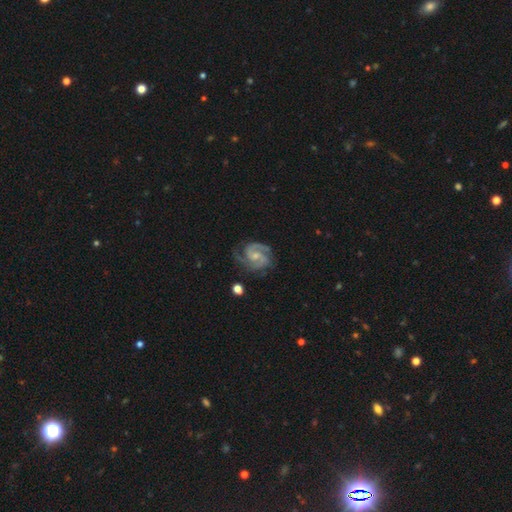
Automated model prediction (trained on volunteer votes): A featured or disk galaxy (92%) with no bar (51%), 2 (63%) medium (50%) spiral arms (98%) and a small central bulge (59%).

Vote fractions:
- Smooth or featured? featured or disk: 92% / star or artifact: 4% / smooth: 4%
- Edge-on disk? no: 98% / yes: 2%
- Bar? no: 51% / weak: 40% / strong: 9%
- Spiral arms? yes: 98% / no: 2%
- Spiral winding? medium: 50% / tight: 42% / loose: 8%
- Spiral arm count? 2: 63% / 3: 24% / can't tell: 5% / 4: 3% / 1: 3% / more than 4: 3%
- Bulge size? small: 59% / moderate: 31% / none: 7% / large: 1% / dominant: 1%
- Merging? none: 73% / minor disturbance: 18% / major disturbance: 7% / merger: 2%